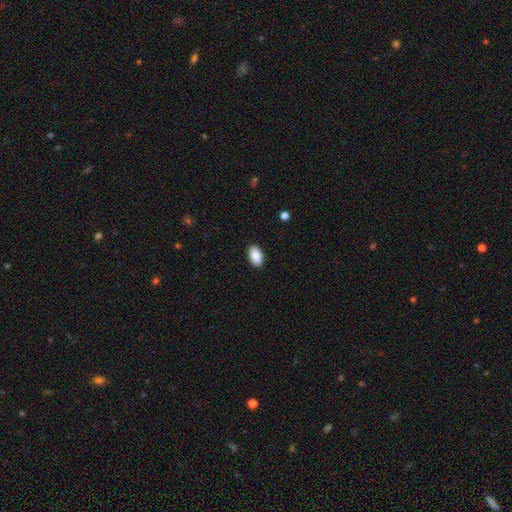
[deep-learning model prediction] smooth-or-featured: smooth: 90% | star or artifact: 7% | featured or disk: 3%
  how-rounded: in between: 94% | round: 4% | cigar-shaped: 2%
  merging: none: 90% | minor disturbance: 7% | major disturbance: 2% | merger: 1%